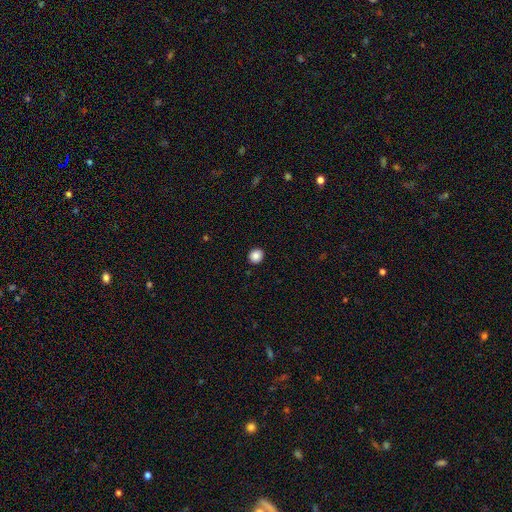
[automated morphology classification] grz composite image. It shows a smooth galaxy with no disk features (86%) that is round (82%). Merging: none (92%).